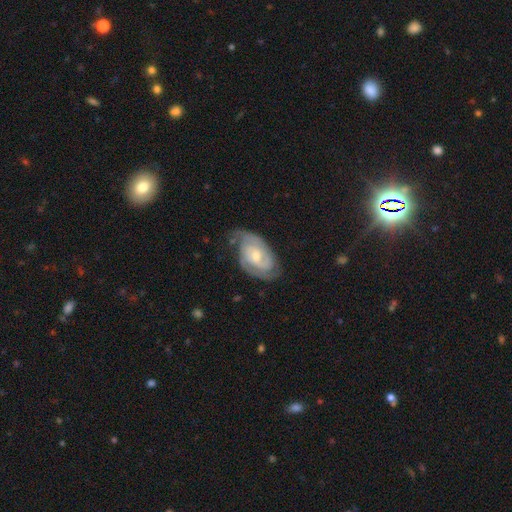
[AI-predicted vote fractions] smooth-or-featured: featured or disk: 82% | smooth: 13% | star or artifact: 5%
  disk-edge-on: no: 96% | yes: 4%
    bar: no: 54% | weak: 38% | strong: 8%
    has-spiral-arms: yes: 94% | no: 6%
      spiral-winding: tight: 58% | medium: 33% | loose: 9%
      spiral-arm-count: 2: 73% | can't tell: 14% | 3: 6% | 1: 4% | 4: 2% | more than 4: 2%
    bulge-size: moderate: 53% | small: 43% | large: 2% | none: 2% | dominant: 1%
  merging: none: 66% | minor disturbance: 24% | major disturbance: 9% | merger: 2%